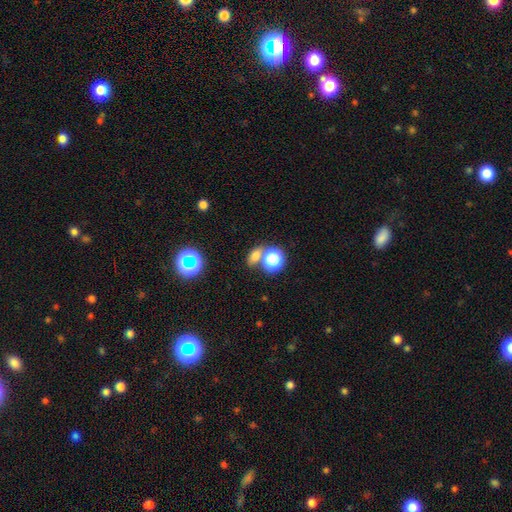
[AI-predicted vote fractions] This is likely a smooth galaxy (69%). How rounded: likely in between (60%). Merging: possibly none (58%).